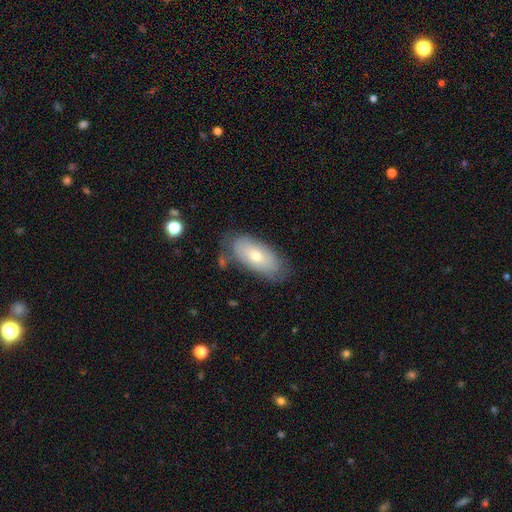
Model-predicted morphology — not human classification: smooth-or-featured: smooth: 65% | featured or disk: 28% | star or artifact: 7%
  how-rounded: in between: 90% | cigar-shaped: 7% | round: 3%
  merging: none: 72% | minor disturbance: 19% | major disturbance: 5% | merger: 4%